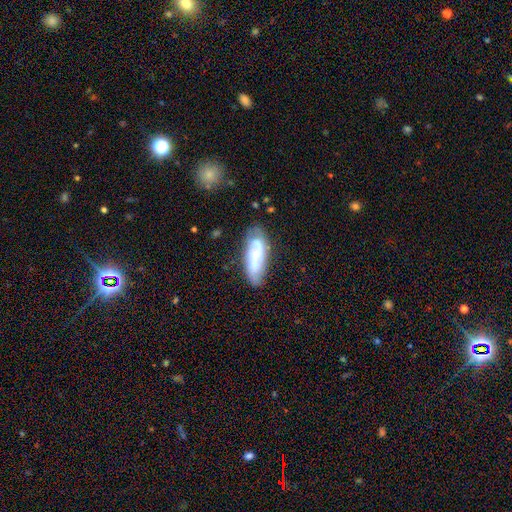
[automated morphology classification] smooth-or-featured: smooth: 47% | featured or disk: 45% | star or artifact: 8%
  merging: none: 63% | minor disturbance: 24% | major disturbance: 9% | merger: 5%